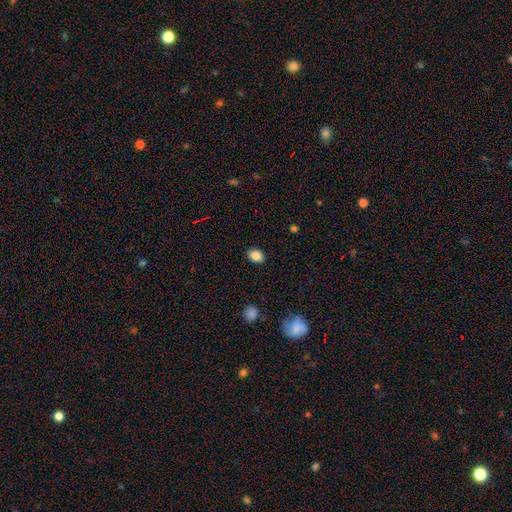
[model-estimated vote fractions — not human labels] This is clearly a smooth galaxy (86%). How rounded: likely in between (64%). Merging: clearly none (88%).